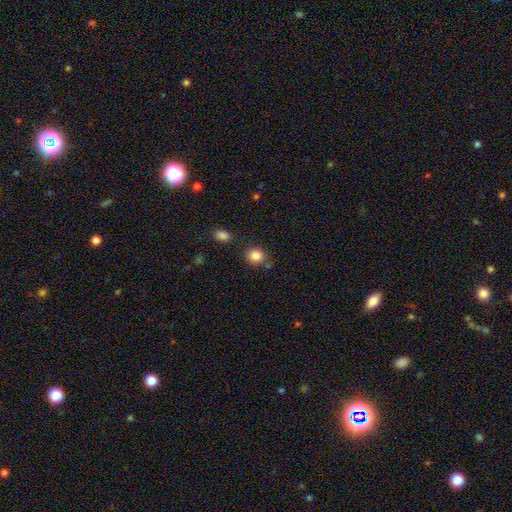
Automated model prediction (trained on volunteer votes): This appears to be a smooth galaxy with no disk features (86%) that is round (79%). Merging: none (77%).